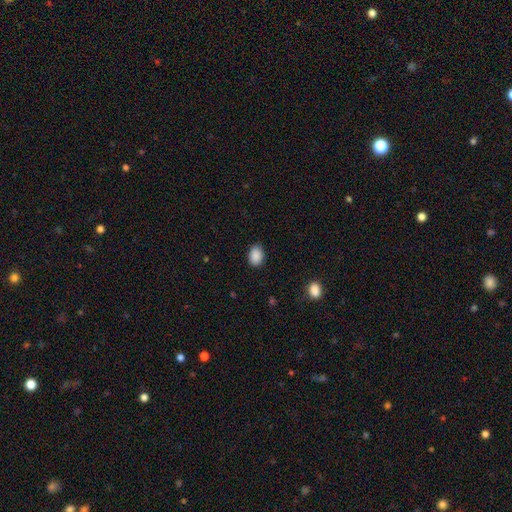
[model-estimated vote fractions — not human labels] Morphology: type=smooth (89%); roundness=in between (77%); merging=none (84%).